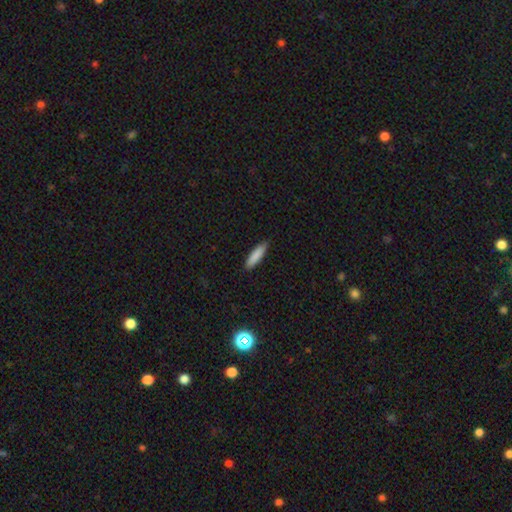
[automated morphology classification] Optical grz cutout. It shows a smooth galaxy with no disk features (85%) that is cigar-shaped (77%). Merging: none (86%).